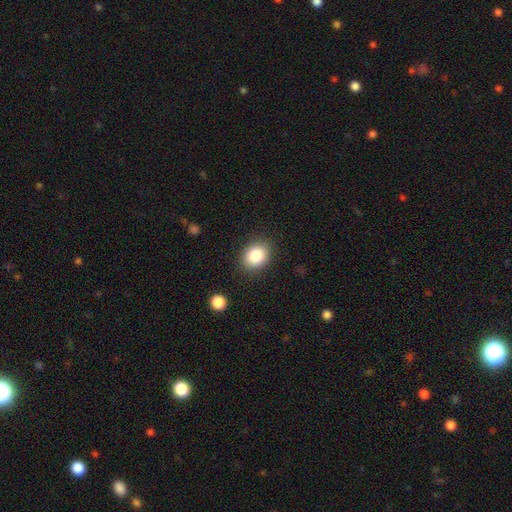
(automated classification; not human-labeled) A smooth galaxy with no disk features (85%) that is in between round and cigar-shaped (51%).

Vote fractions:
- Smooth or featured? smooth: 85% / star or artifact: 9% / featured or disk: 6%
- How rounded? in between: 51% / round: 48% / cigar-shaped: 1%
- Merging? none: 87% / minor disturbance: 9% / major disturbance: 3% / merger: 1%